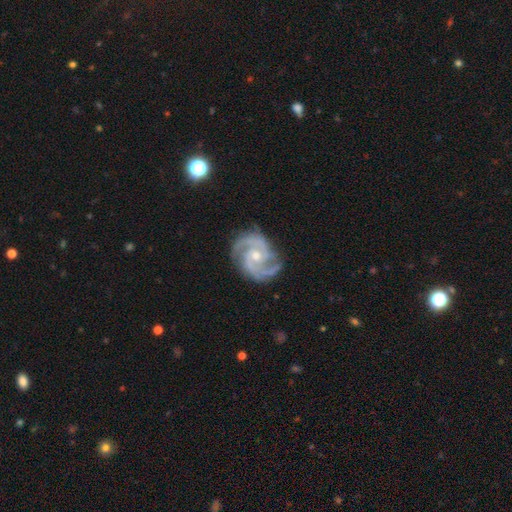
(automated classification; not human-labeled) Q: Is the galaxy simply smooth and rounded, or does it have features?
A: featured or disk — 93%.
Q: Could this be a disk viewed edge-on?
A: no — 98%.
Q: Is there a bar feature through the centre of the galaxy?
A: no — 63%.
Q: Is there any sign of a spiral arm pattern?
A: yes — 99%.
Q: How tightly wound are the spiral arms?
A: medium — 50%.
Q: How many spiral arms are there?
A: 2 — 53%.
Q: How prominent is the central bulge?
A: moderate — 50%.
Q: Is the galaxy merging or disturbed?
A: none — 78%.